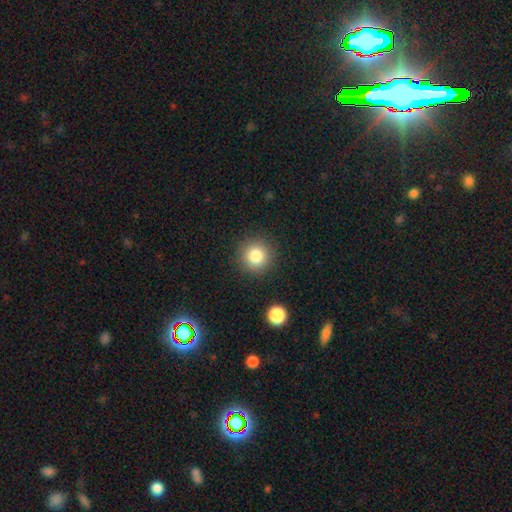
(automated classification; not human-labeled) smooth 82%, star or artifact 11%, featured or disk 7%. Down the decision tree: how rounded — round (94%); merging — none (89%).